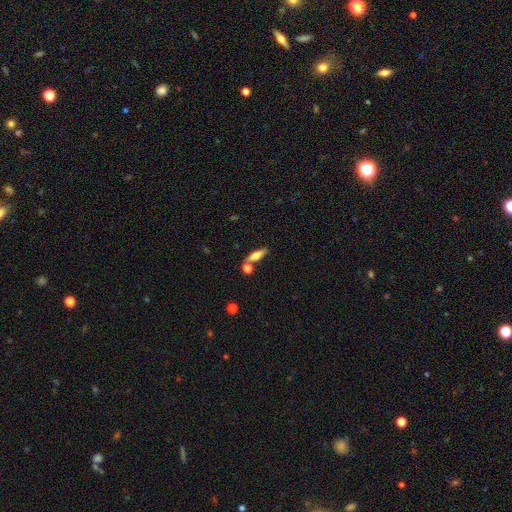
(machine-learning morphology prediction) This is possibly a smooth galaxy (59%). How rounded: possibly cigar-shaped (48%). Merging: likely none (68%).